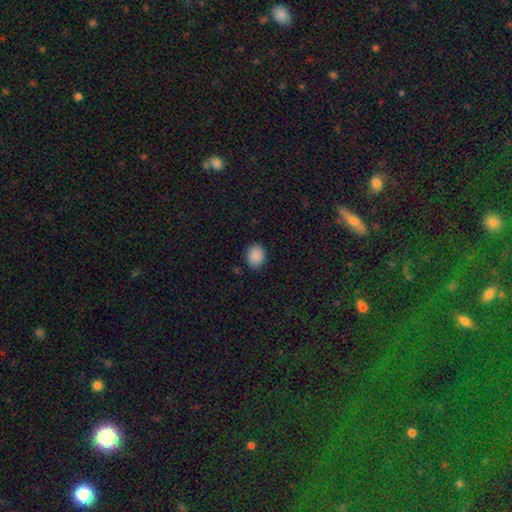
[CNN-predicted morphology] Q: Smooth or featured?
A: smooth (89%); runner-up: star or artifact (9%)
Q: How rounded?
A: round (59%); runner-up: in between (41%)
Q: Merging?
A: none (87%); runner-up: minor disturbance (10%)